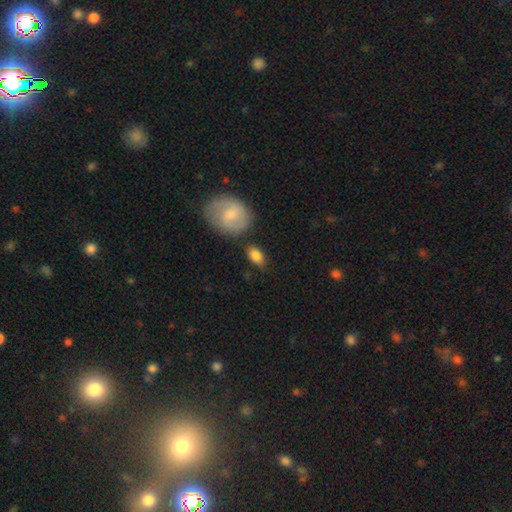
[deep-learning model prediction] A smooth galaxy with no disk features (82%) that is in between round and cigar-shaped (86%).

Vote fractions:
- Smooth or featured? smooth: 82% / featured or disk: 12% / star or artifact: 6%
- How rounded? in between: 86% / round: 11% / cigar-shaped: 3%
- Merging? none: 74% / minor disturbance: 15% / merger: 7% / major disturbance: 4%